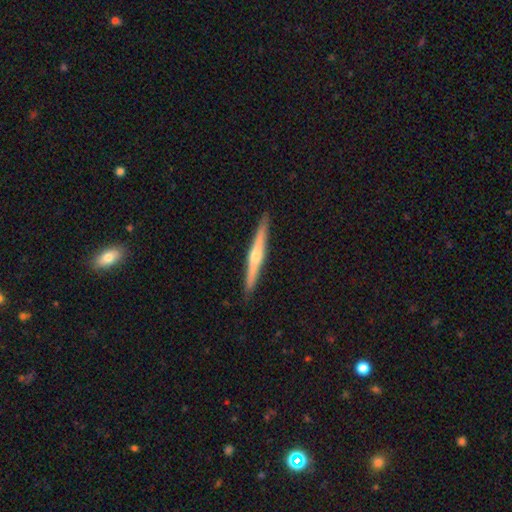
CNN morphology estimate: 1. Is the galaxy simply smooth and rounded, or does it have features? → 68% featured or disk, 27% smooth, 5% star or artifact.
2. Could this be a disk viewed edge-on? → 98% yes, 2% no.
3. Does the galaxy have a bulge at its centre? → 80% rounded, 16% none, 5% boxy.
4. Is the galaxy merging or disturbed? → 92% none, 6% minor disturbance, 1% major disturbance, 1% merger.